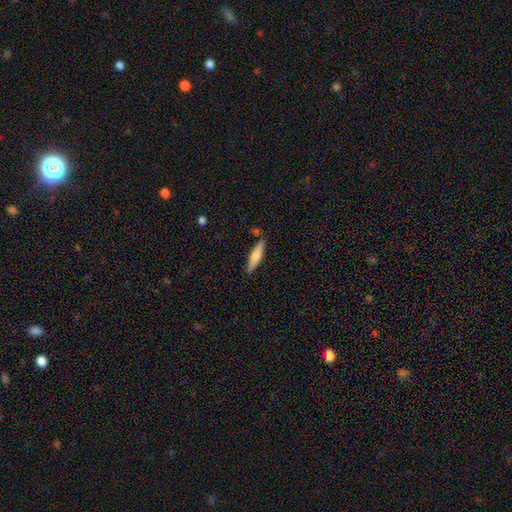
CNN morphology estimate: The model was most divided on "smooth or featured": smooth: 64%, featured or disk: 30%, star or artifact: 6%. More confident: merging — none (83%); how rounded — cigar-shaped (79%).